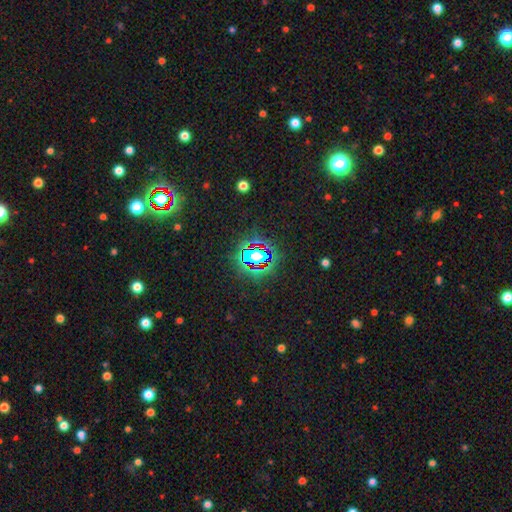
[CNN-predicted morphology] The model was most divided on "smooth or featured": star or artifact: 69%, smooth: 20%, featured or disk: 11%.